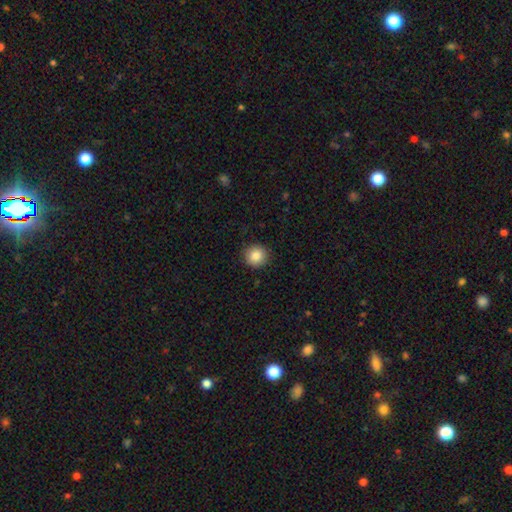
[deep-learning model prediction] This appears to be a smooth galaxy with no disk features (86%) that is round (93%). Merging: none (91%).